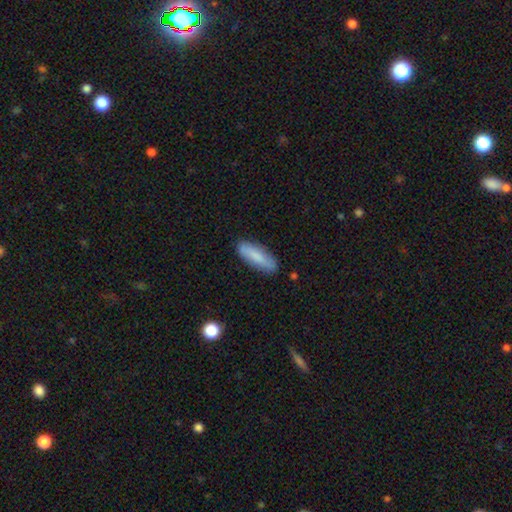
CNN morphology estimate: Smooth or featured? Predicted: smooth (p=0.81). How rounded? Predicted: in between (p=0.50). Merging? Predicted: none (p=0.82).